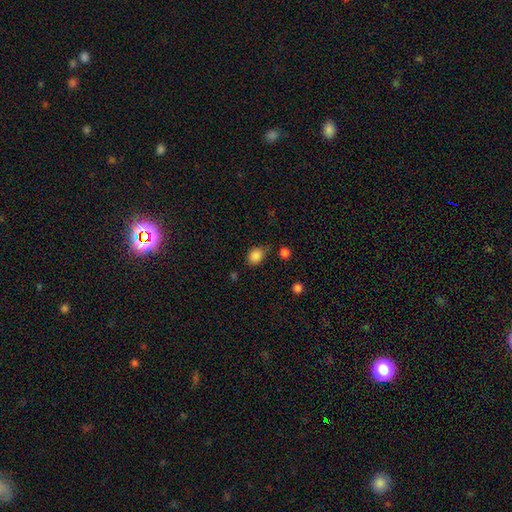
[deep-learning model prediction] Smooth or featured? smooth (85%)
How rounded? in between (59%)
Merging? none (69%)